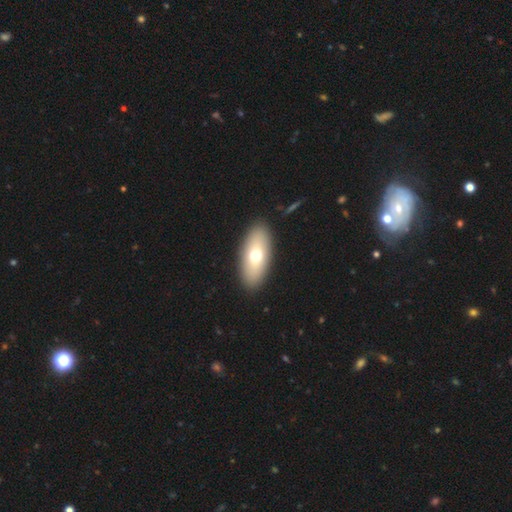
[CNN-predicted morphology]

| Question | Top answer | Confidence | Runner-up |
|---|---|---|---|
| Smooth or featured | smooth | 67% | featured or disk (25%) |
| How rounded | in between | 87% | cigar-shaped (9%) |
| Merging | none | 90% | minor disturbance (6%) |